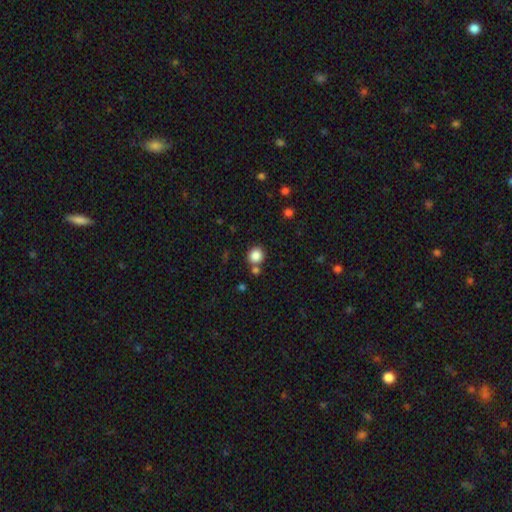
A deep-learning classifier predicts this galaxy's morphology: Overall: smooth (85%). How rounded: round (87%). Merging: none (75%).